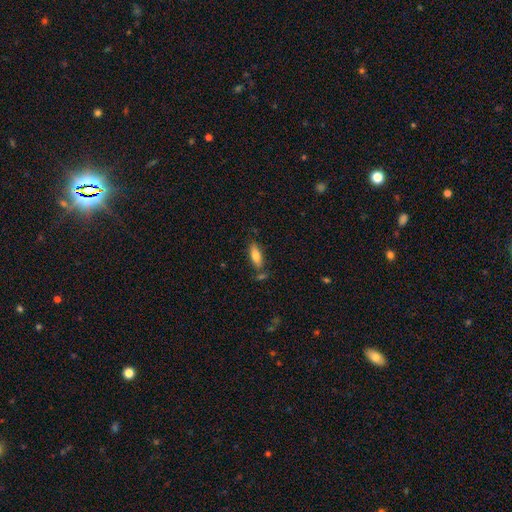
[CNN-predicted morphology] Smooth or featured? Predicted: smooth (p=0.76). How rounded? Predicted: in between (p=0.68). Merging? Predicted: none (p=0.74).